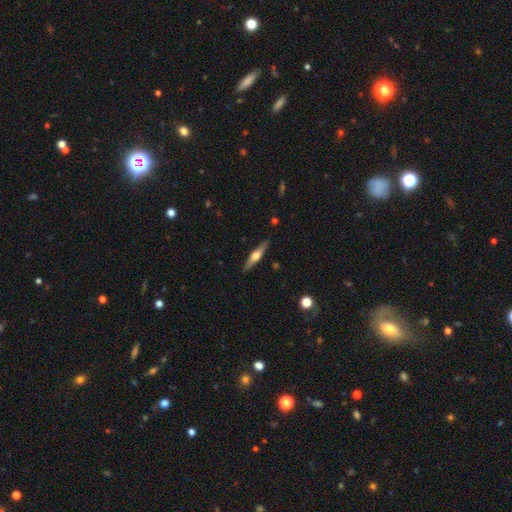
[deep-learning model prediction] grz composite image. It shows a featured or disk galaxy (67%) viewed edge-on (97%) with a rounded central bulge (93%). Merging: none (90%).